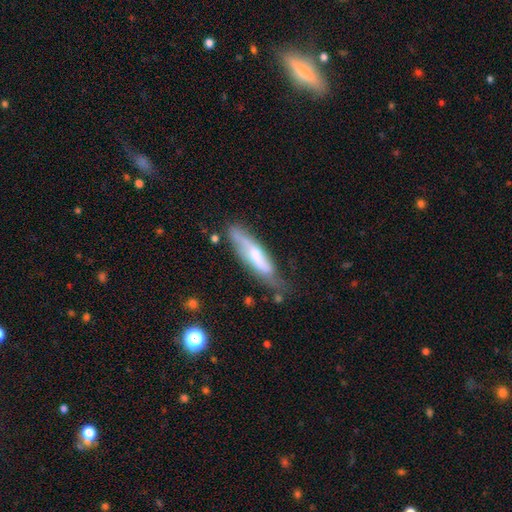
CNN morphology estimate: Q: Smooth or featured?
A: featured or disk (49%); runner-up: smooth (45%)
Q: Merging?
A: none (59%); runner-up: minor disturbance (29%)